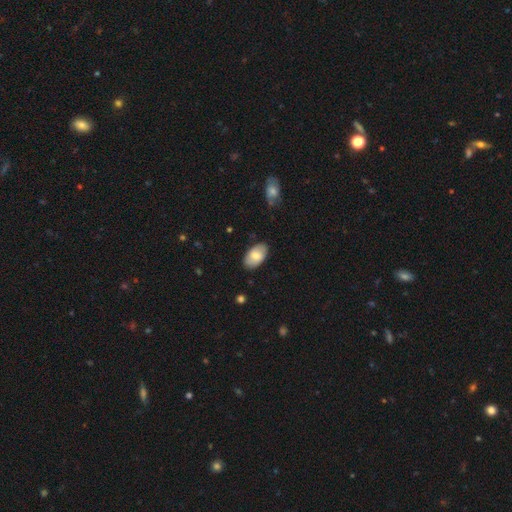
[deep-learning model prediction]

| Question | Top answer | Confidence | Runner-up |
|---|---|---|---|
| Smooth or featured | smooth | 74% | featured or disk (20%) |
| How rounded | in between | 94% | round (4%) |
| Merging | none | 84% | minor disturbance (13%) |